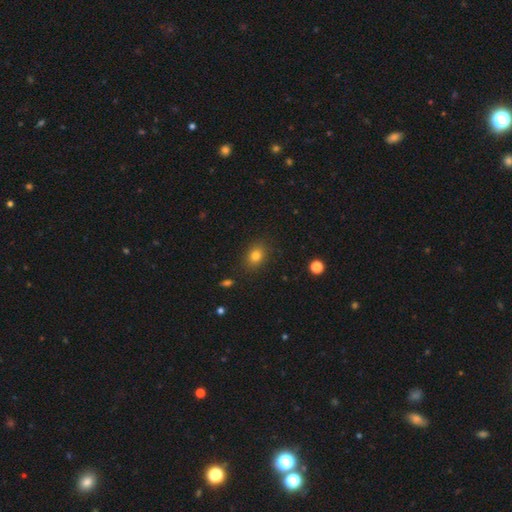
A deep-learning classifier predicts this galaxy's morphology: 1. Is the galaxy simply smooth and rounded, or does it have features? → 80% smooth, 12% star or artifact, 8% featured or disk.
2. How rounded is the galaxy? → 59% in between, 40% round, 1% cigar-shaped.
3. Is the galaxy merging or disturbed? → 86% none, 10% minor disturbance, 3% major disturbance, 1% merger.